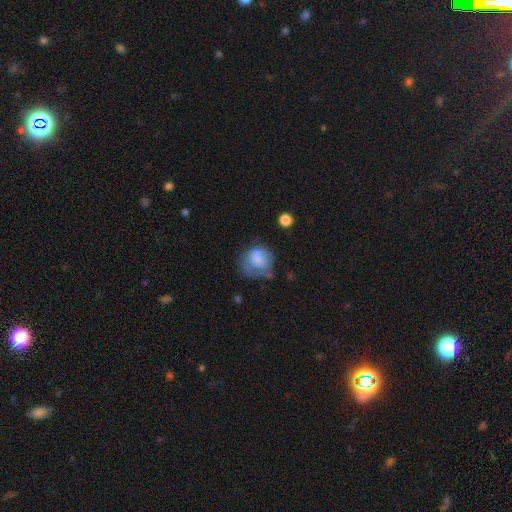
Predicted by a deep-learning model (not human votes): Smooth or featured? Predicted: smooth (p=0.68). How rounded? Predicted: round (p=0.73). Merging? Predicted: none (p=0.47).